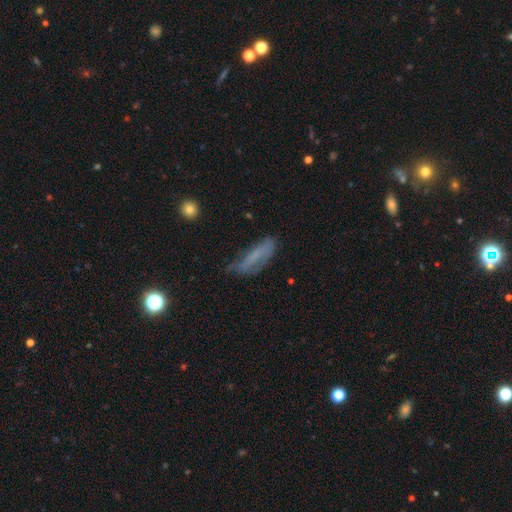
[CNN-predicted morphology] A smooth galaxy with no disk features (54%) that is cigar-shaped (60%). Merging: none (49%).